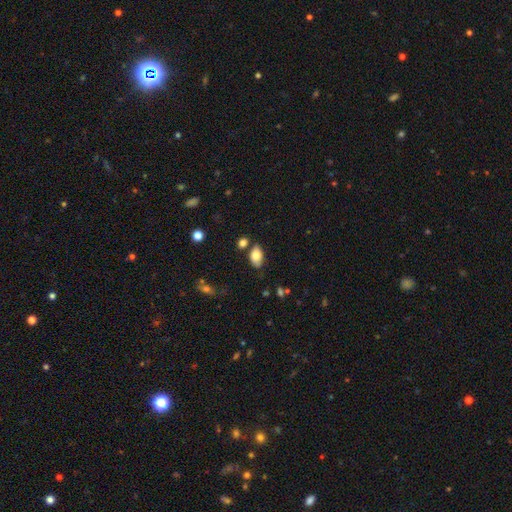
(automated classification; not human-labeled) Smooth or featured?
  - smooth: 79% *
  - featured or disk: 13%
  - star or artifact: 8%
How rounded?
  - in between: 93% *
  - round: 5%
  - cigar-shaped: 2%
Merging?
  - none: 72% *
  - minor disturbance: 17%
  - merger: 7%
  - major disturbance: 4%